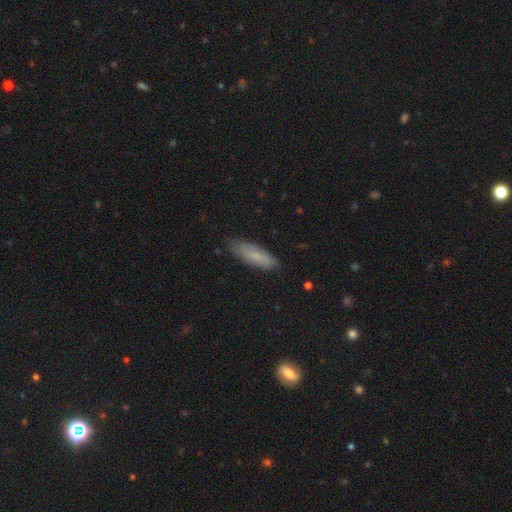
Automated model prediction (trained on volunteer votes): This appears to be a smooth galaxy with no disk features (73%) that is cigar-shaped (50%). Merging: none (80%).